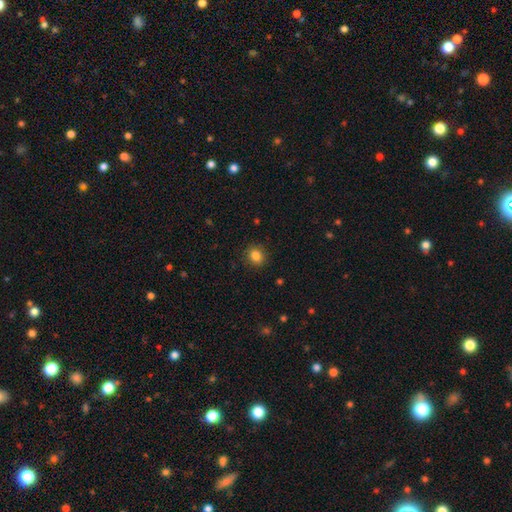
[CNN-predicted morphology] smooth_or_featured: smooth (p=0.84) [alt: star or artifact p=0.10]
how_rounded: round (p=0.74) [alt: in between p=0.25]
merging: none (p=0.89) [alt: minor disturbance p=0.08]